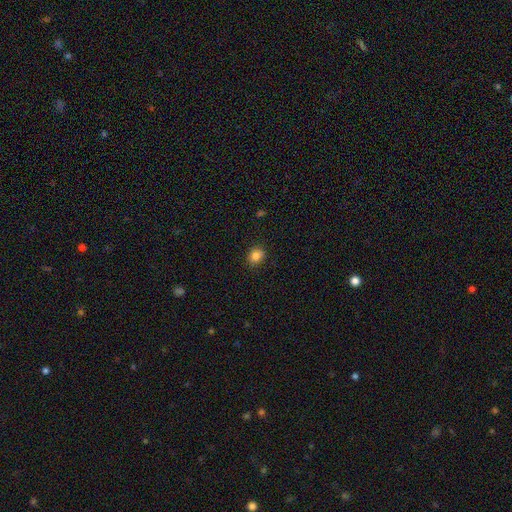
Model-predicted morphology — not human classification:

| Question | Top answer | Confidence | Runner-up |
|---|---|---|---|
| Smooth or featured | smooth | 84% | star or artifact (11%) |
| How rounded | round | 61% | in between (38%) |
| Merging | none | 86% | minor disturbance (11%) |